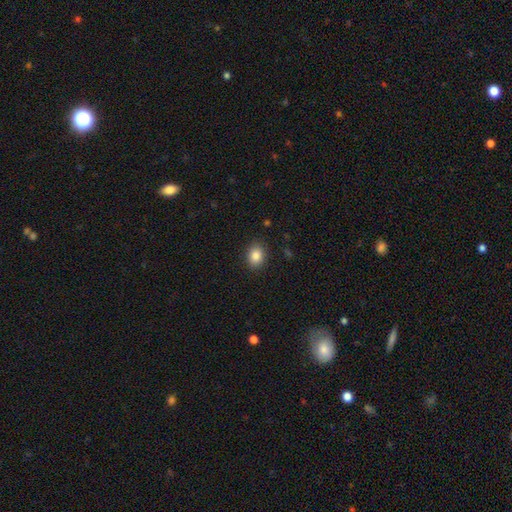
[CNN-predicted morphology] This is clearly a smooth galaxy (85%). How rounded: likely in between (61%). Merging: clearly none (88%).